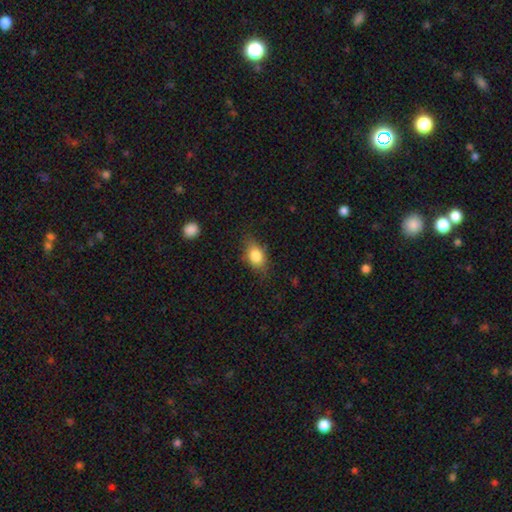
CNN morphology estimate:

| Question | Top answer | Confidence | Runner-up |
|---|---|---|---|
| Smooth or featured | smooth | 81% | featured or disk (11%) |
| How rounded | in between | 80% | round (16%) |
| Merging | none | 75% | minor disturbance (19%) |